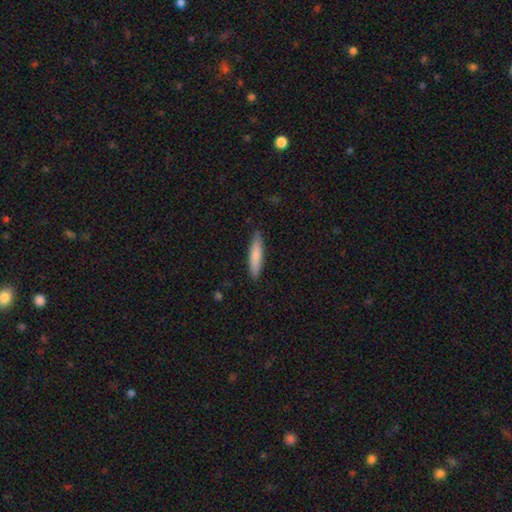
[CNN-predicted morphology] This is likely a smooth galaxy (79%). How rounded: clearly cigar-shaped (85%). Merging: clearly none (87%).